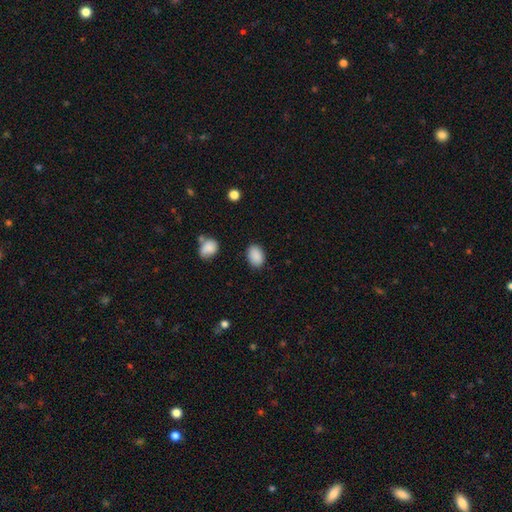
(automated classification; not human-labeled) Smooth or featured? smooth (89%)
How rounded? in between (81%)
Merging? none (85%)